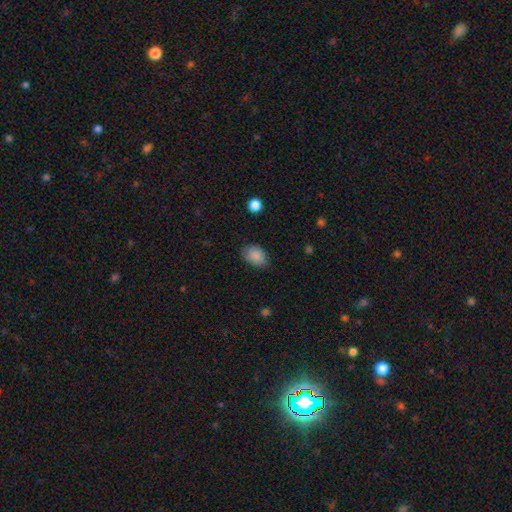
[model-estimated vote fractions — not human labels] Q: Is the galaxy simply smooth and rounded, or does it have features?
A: smooth — 86%.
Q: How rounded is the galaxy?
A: in between — 81%.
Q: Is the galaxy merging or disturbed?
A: none — 76%.